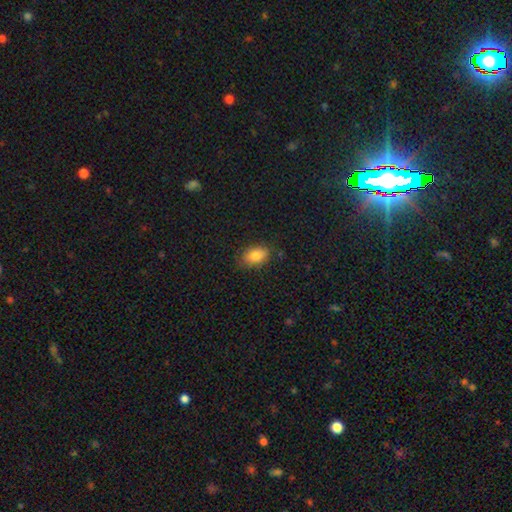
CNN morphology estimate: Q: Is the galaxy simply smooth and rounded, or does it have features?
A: smooth — 84%.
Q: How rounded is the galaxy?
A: in between — 87%.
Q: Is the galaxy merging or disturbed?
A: none — 81%.